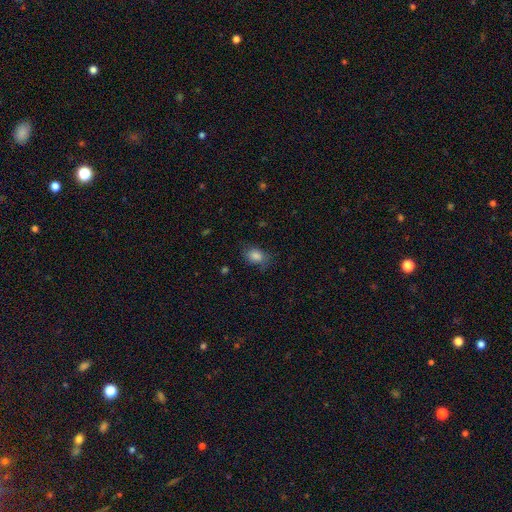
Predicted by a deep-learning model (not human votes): This is clearly a smooth galaxy (83%). How rounded: likely in between (80%). Merging: likely none (71%).